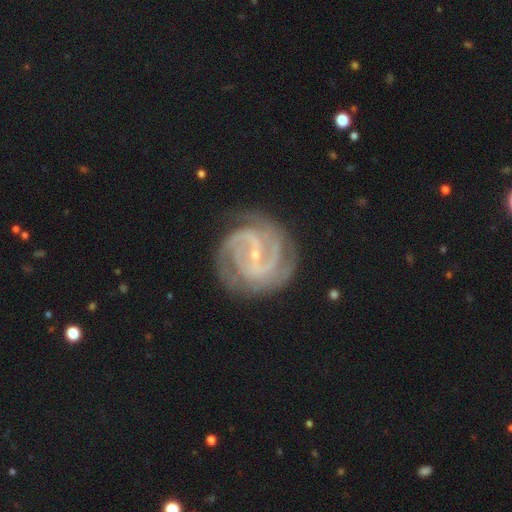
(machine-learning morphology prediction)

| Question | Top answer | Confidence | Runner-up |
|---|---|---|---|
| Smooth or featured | featured or disk | 91% | star or artifact (5%) |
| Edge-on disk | no | 98% | yes (2%) |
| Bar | weak | 42% | strong (40%) |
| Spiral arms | yes | 98% | no (2%) |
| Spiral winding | tight | 54% | medium (39%) |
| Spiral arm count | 2 | 55% | 3 (18%) |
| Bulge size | small | 83% | moderate (10%) |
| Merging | none | 79% | minor disturbance (14%) |